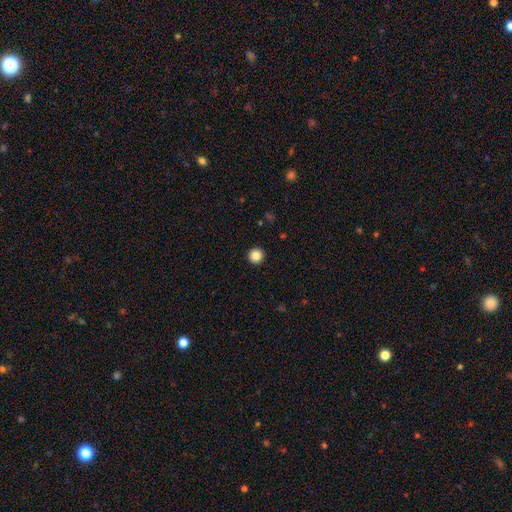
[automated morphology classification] A smooth galaxy with no disk features (85%) that is round (96%). Merging: none (94%).